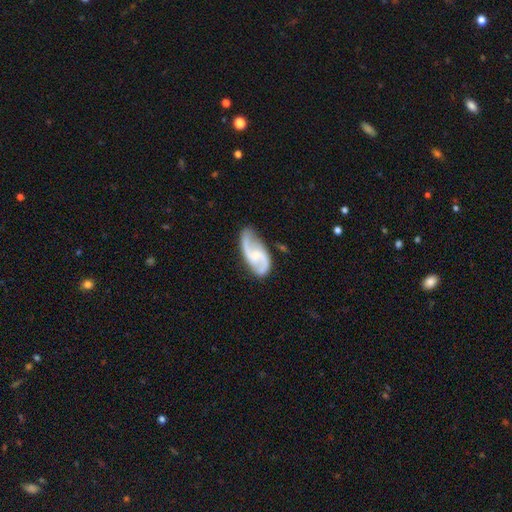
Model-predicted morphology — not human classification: smooth_or_featured: featured or disk (p=0.85) [alt: smooth p=0.10]
disk_edge_on: no (p=0.97) [alt: yes p=0.03]
bar: no (p=0.47) [alt: weak p=0.42]
has_spiral_arms: yes (p=0.96) [alt: no p=0.04]
spiral_winding: loose (p=0.47) [alt: medium p=0.41]
spiral_arm_count: 2 (p=0.91) [alt: can't tell p=0.03]
bulge_size: small (p=0.60) [alt: moderate p=0.28]
merging: none (p=0.69) [alt: minor disturbance p=0.21]